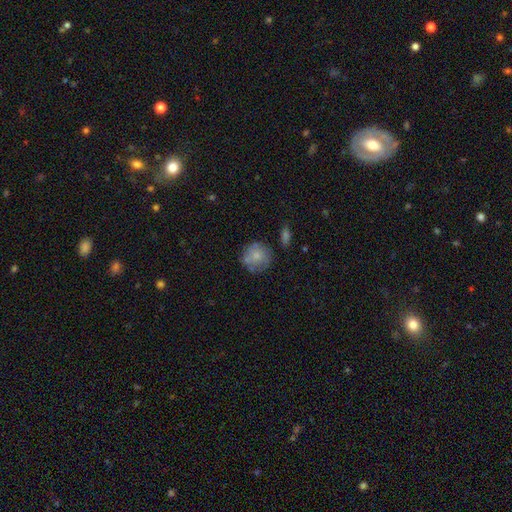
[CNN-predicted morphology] A smooth galaxy with no disk features (70%) that is round (88%).

Vote fractions:
- Smooth or featured? smooth: 70% / featured or disk: 22% / star or artifact: 8%
- How rounded? round: 88% / in between: 11% / cigar-shaped: 1%
- Merging? none: 64% / minor disturbance: 22% / major disturbance: 8% / merger: 6%